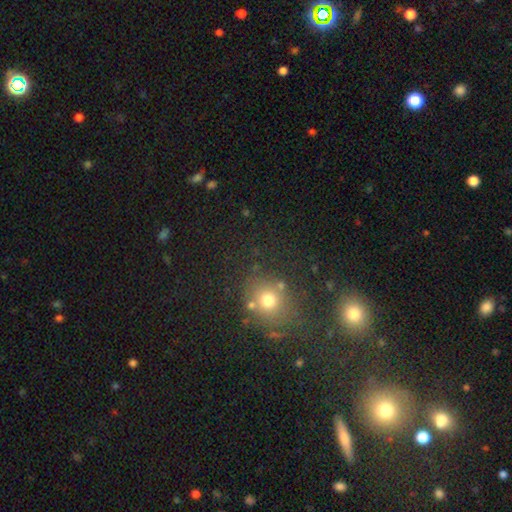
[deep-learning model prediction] Smooth or featured? Predicted: smooth (p=0.47). Merging? Predicted: none (p=0.73).